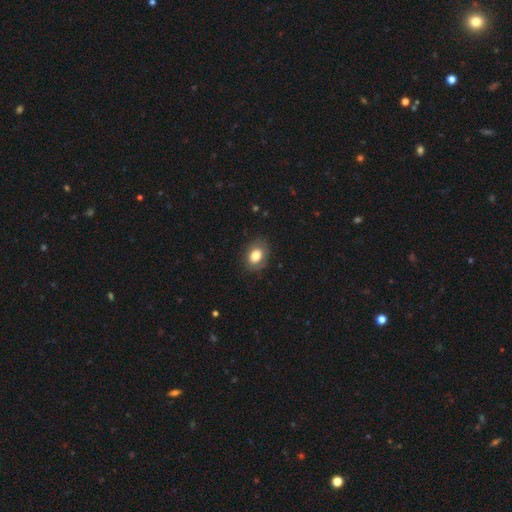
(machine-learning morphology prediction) Smooth or featured: smooth — 79% (featured or disk — 13%)
How rounded: in between — 73% (round — 26%)
Merging: none — 81% (minor disturbance — 14%)